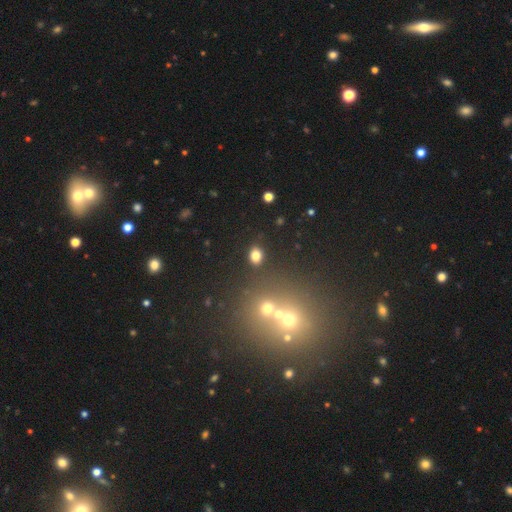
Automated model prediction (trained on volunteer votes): Smooth or featured? Predicted: smooth (p=0.79). How rounded? Predicted: in between (p=0.61). Merging? Predicted: none (p=0.86).